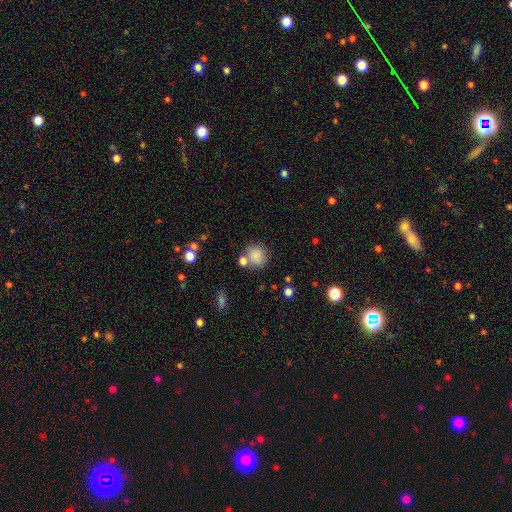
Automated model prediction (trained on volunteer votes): Smooth or featured? smooth (83%)
How rounded? round (82%)
Merging? none (65%)